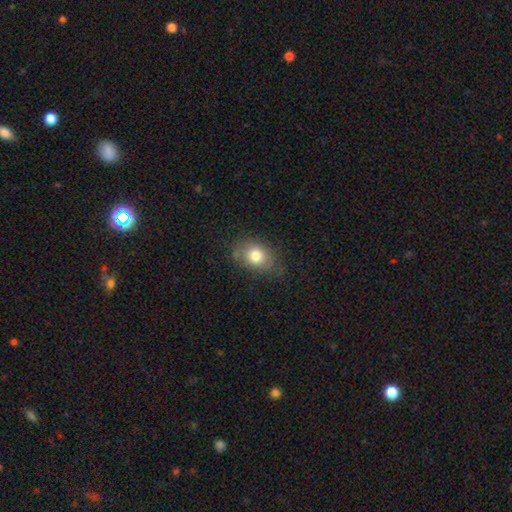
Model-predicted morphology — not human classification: This is likely a smooth galaxy (76%). How rounded: likely in between (71%). Merging: likely none (70%).